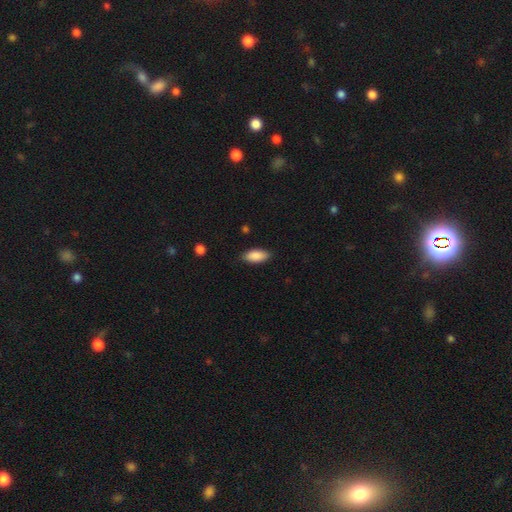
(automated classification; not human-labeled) Smooth or featured?
  - smooth: 88% *
  - star or artifact: 6%
  - featured or disk: 5%
How rounded?
  - in between: 87% *
  - cigar-shaped: 11%
  - round: 2%
Merging?
  - none: 85% *
  - minor disturbance: 12%
  - major disturbance: 2%
  - merger: 1%